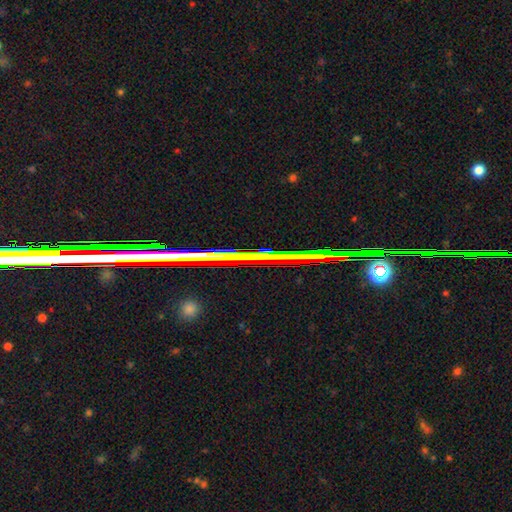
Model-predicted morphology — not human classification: The model was most divided on "smooth or featured": star or artifact: 70%, featured or disk: 20%, smooth: 10%.